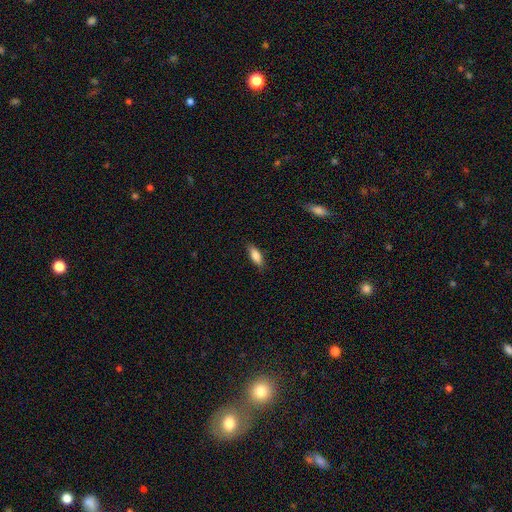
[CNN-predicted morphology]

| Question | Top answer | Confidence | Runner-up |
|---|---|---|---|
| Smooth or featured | smooth | 82% | featured or disk (11%) |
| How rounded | in between | 69% | cigar-shaped (28%) |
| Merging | none | 82% | minor disturbance (14%) |